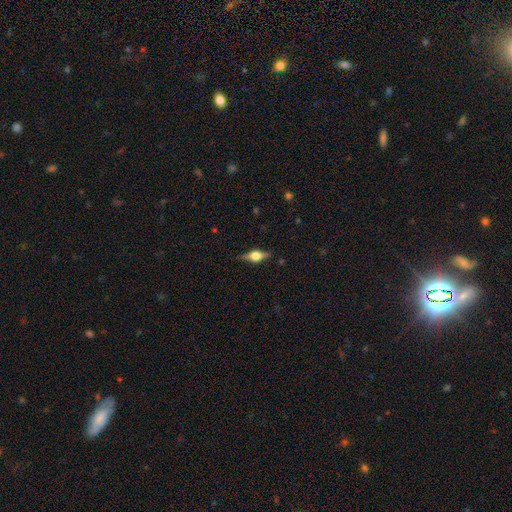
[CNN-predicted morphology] Smooth or featured? Predicted: featured or disk (p=0.67). Edge-on disk? Predicted: yes (p=0.96). Edge-on bulge? Predicted: rounded (p=0.92). Merging? Predicted: none (p=0.84).